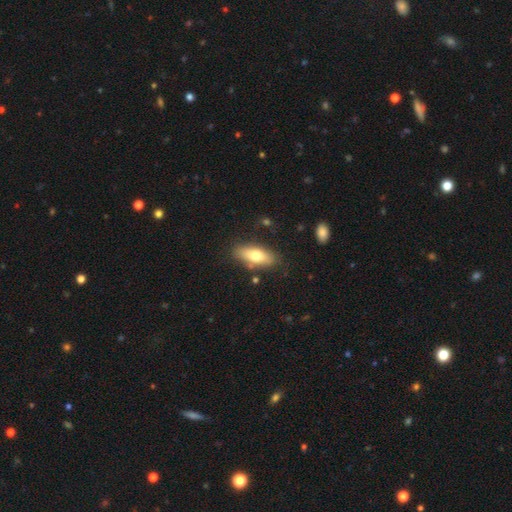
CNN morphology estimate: A smooth galaxy with no disk features (69%) that is in between round and cigar-shaped (73%). Merging: none (79%).